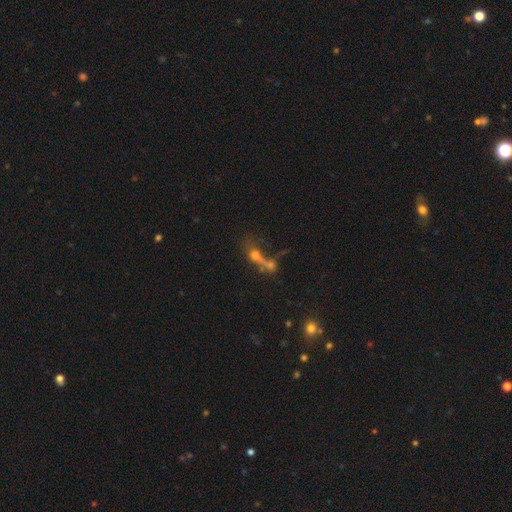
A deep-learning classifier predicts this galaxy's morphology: Q: Smooth or featured?
A: smooth (44%); runner-up: featured or disk (33%)
Q: Merging?
A: merger (52%); runner-up: none (22%)